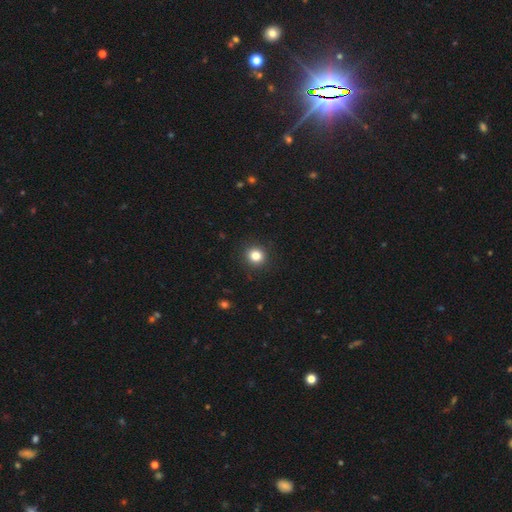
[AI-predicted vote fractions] Smooth or featured? smooth (83%)
How rounded? round (89%)
Merging? none (91%)